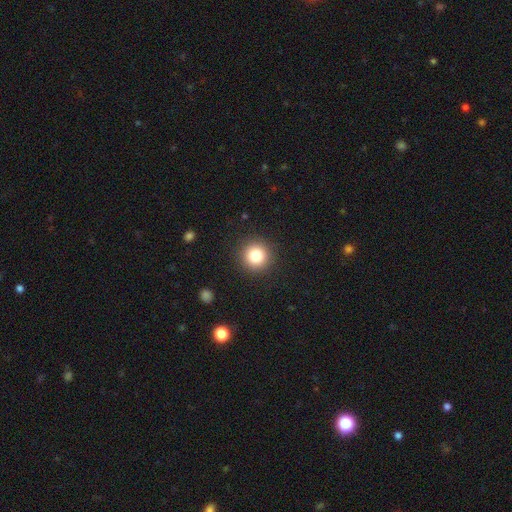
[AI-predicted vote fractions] This appears to be a smooth galaxy with no disk features (83%) that is round (95%). Merging: none (91%).